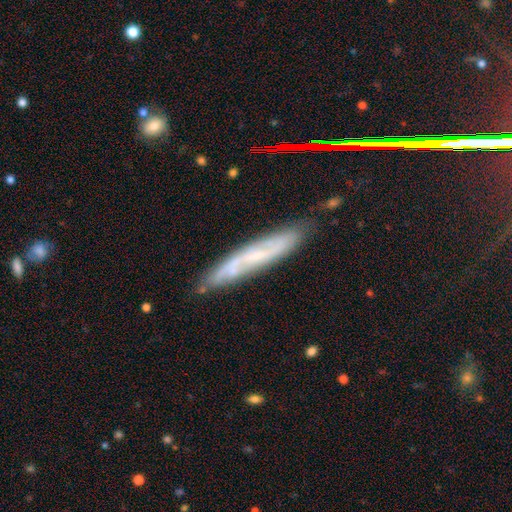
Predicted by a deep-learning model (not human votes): This is likely a featured or disk galaxy (65%). It is possibly not viewed edge-on (59%). Merging: likely none (78%).